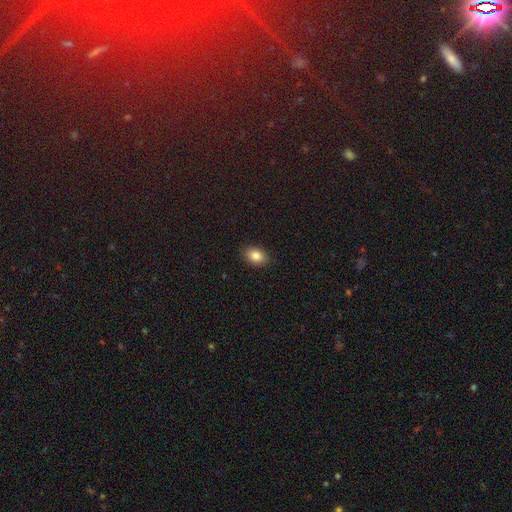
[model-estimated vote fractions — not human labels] Smooth or featured? smooth (84%)
How rounded? in between (81%)
Merging? none (89%)